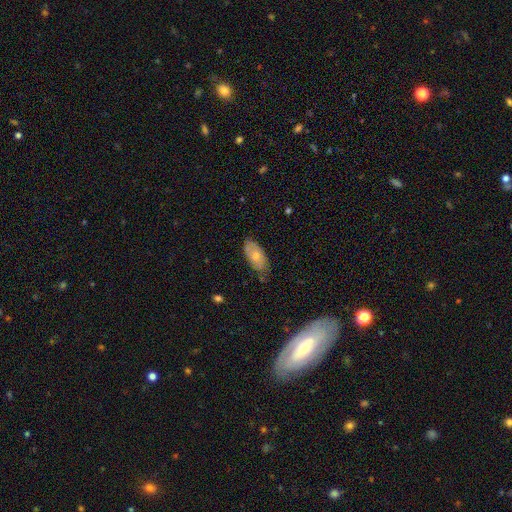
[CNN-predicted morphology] Smooth or featured?
  - smooth: 62% *
  - featured or disk: 32%
  - star or artifact: 6%
How rounded?
  - in between: 91% *
  - cigar-shaped: 6%
  - round: 3%
Merging?
  - none: 67% *
  - minor disturbance: 27%
  - major disturbance: 4%
  - merger: 2%